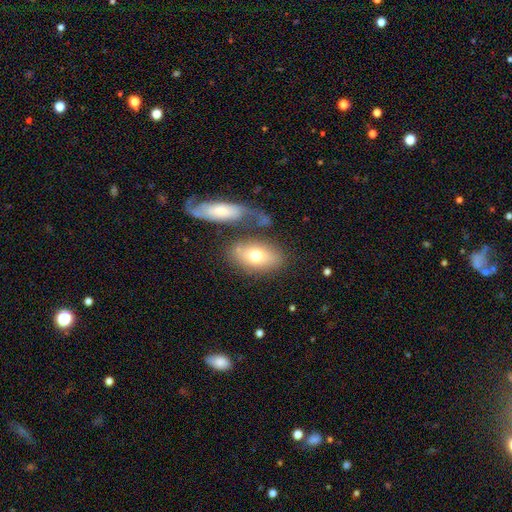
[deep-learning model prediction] smooth_or_featured: smooth (p=0.70) [alt: featured or disk p=0.22]
how_rounded: in between (p=0.87) [alt: round p=0.09]
merging: none (p=0.56) [alt: merger p=0.21]